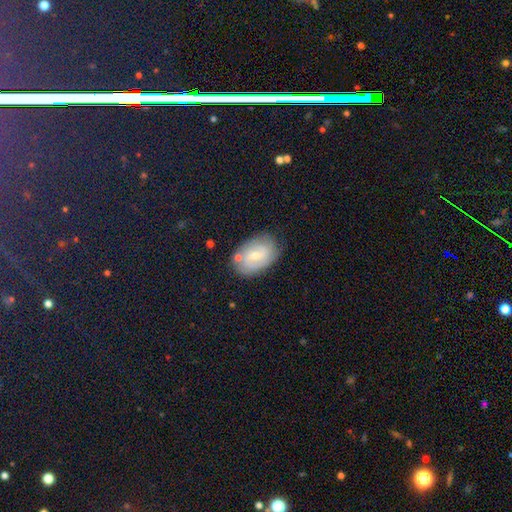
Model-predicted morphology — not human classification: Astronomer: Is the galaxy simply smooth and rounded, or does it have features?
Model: featured or disk — 61%.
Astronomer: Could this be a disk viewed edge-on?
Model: no — 96%.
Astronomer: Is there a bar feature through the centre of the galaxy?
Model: weak — 53% (runner-up: no, 36%).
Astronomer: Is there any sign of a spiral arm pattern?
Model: yes — 82%.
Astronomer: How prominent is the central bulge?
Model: small — 55% (runner-up: moderate, 41%).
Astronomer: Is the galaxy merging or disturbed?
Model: none — 73%.